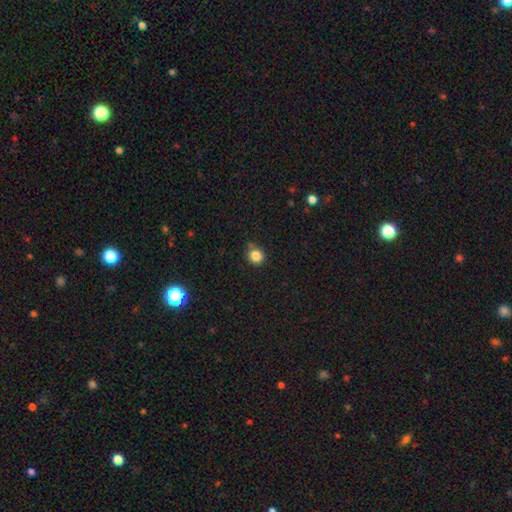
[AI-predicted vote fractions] Smooth or featured?
  - smooth: 84% *
  - star or artifact: 12%
  - featured or disk: 4%
How rounded?
  - round: 84% *
  - in between: 15%
  - cigar-shaped: 1%
Merging?
  - none: 81% *
  - minor disturbance: 11%
  - merger: 6%
  - major disturbance: 3%